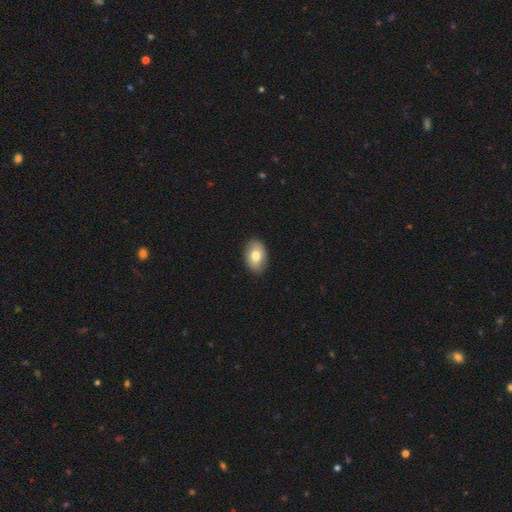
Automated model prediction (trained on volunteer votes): This is likely a smooth galaxy (75%). How rounded: clearly in between (88%). Merging: clearly none (88%).